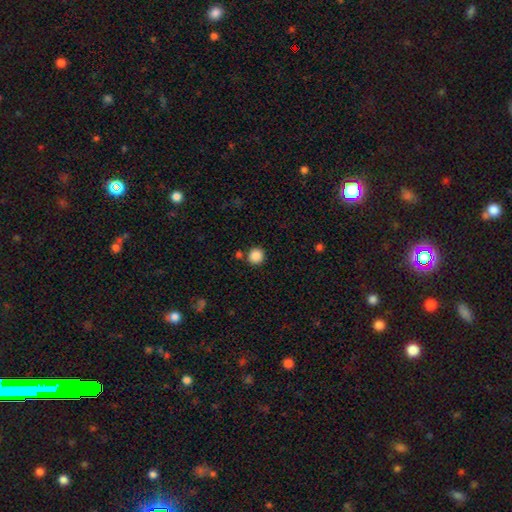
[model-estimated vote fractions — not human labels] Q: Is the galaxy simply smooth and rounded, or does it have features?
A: smooth — 87%.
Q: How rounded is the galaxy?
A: round — 93%.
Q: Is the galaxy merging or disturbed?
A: none — 84%.